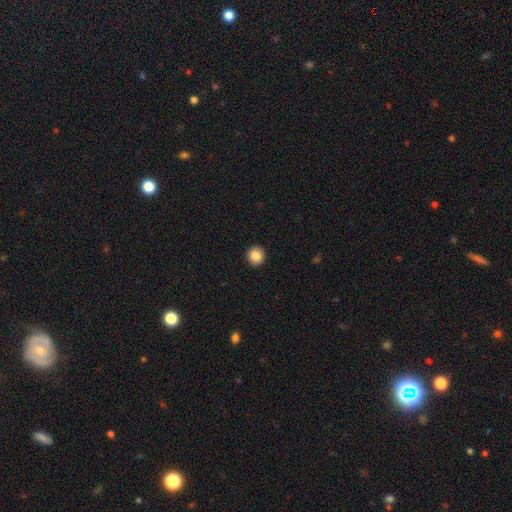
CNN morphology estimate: A smooth galaxy with no disk features (87%) that is round (89%). Merging: none (93%).